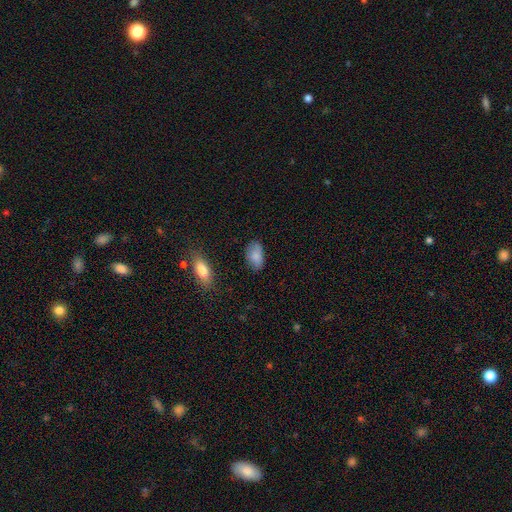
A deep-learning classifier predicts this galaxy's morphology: A smooth galaxy with no disk features (86%) that is in between round and cigar-shaped (92%).

Vote fractions:
- Smooth or featured? smooth: 86% / featured or disk: 7% / star or artifact: 7%
- How rounded? in between: 92% / round: 5% / cigar-shaped: 2%
- Merging? none: 76% / minor disturbance: 18% / major disturbance: 4% / merger: 2%